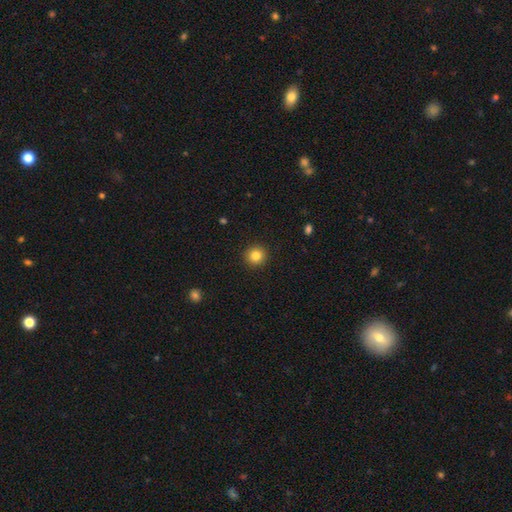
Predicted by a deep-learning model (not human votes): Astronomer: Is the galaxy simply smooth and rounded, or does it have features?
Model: smooth — 83%.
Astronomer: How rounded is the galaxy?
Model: round — 94%.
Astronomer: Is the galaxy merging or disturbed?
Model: none — 92%.